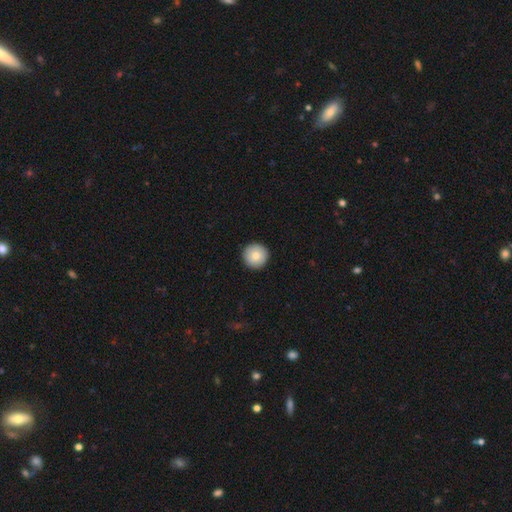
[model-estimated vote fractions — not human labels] Smooth or featured? smooth (80%)
How rounded? round (96%)
Merging? none (93%)